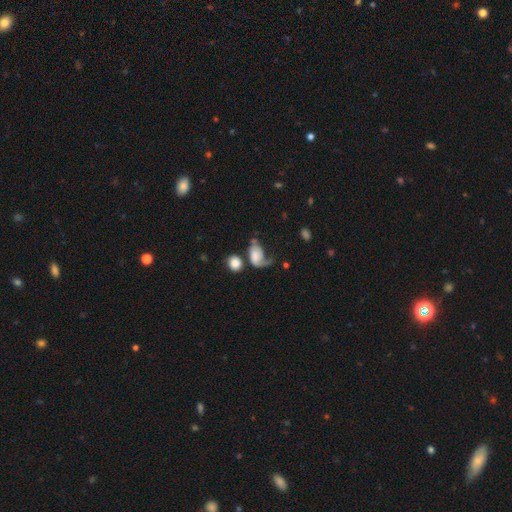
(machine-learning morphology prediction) smooth 45% (tied), featured or disk 45% (tied), star or artifact 9%. Down the decision tree: merging — major disturbance (37%).